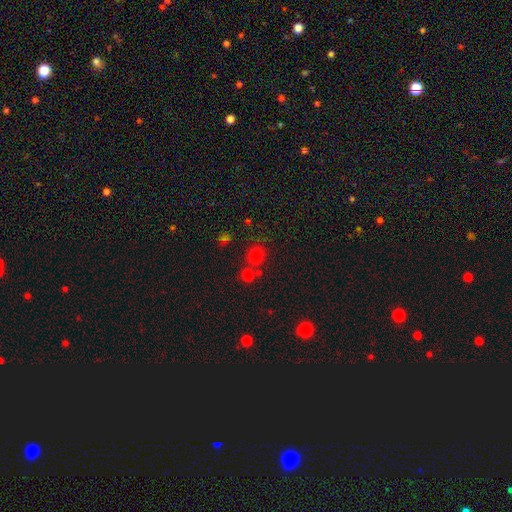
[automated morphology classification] Smooth or featured? Predicted: smooth (p=0.73). How rounded? Predicted: round (p=0.87). Merging? Predicted: none (p=0.69).